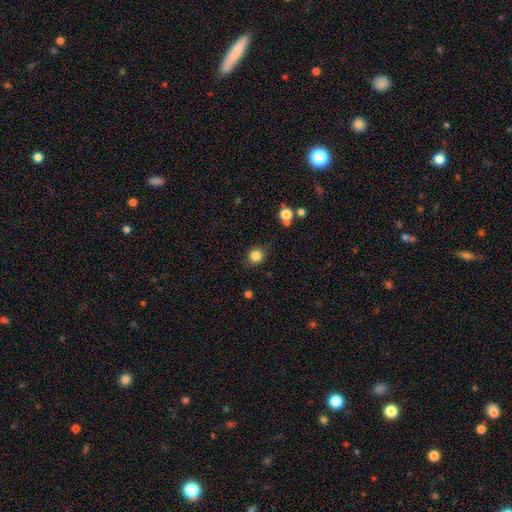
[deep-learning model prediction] Smooth or featured?
  - smooth: 84% *
  - star or artifact: 11%
  - featured or disk: 5%
How rounded?
  - round: 86% *
  - in between: 14%
  - cigar-shaped: 1%
Merging?
  - none: 85% *
  - minor disturbance: 10%
  - major disturbance: 3%
  - merger: 2%